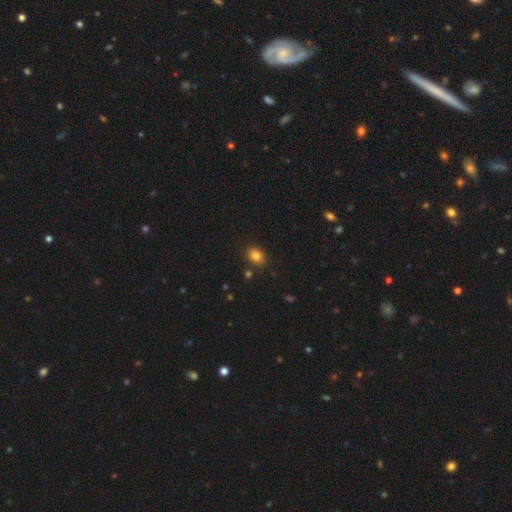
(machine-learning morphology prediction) A smooth galaxy with no disk features (83%) that is in between round and cigar-shaped (58%). Merging: none (85%).